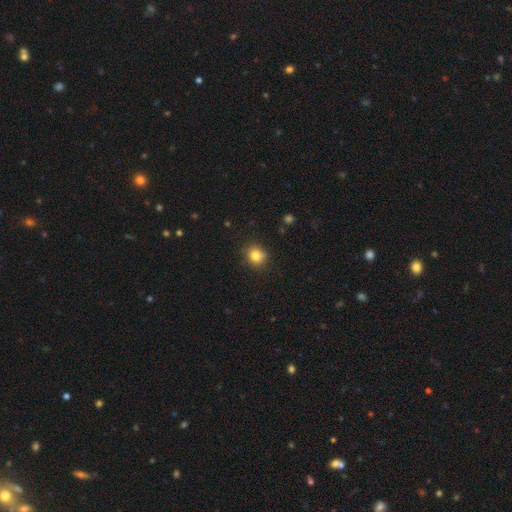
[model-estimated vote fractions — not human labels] Smooth or featured?
  - smooth: 82% *
  - star or artifact: 11%
  - featured or disk: 7%
How rounded?
  - round: 80% *
  - in between: 19%
  - cigar-shaped: 1%
Merging?
  - none: 84% *
  - minor disturbance: 12%
  - major disturbance: 2%
  - merger: 2%